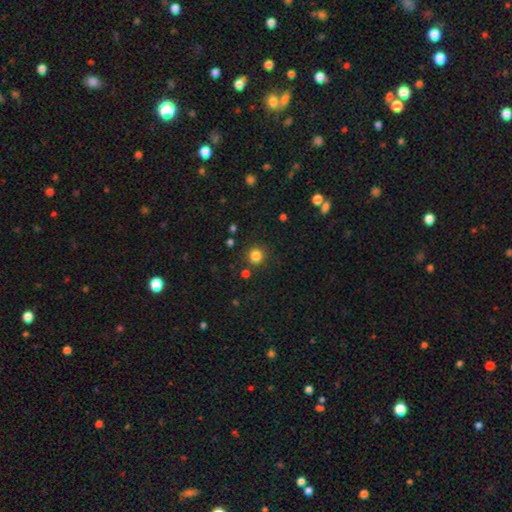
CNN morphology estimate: Q: Smooth or featured?
A: smooth (83%); runner-up: star or artifact (13%)
Q: How rounded?
A: round (92%); runner-up: in between (7%)
Q: Merging?
A: none (86%); runner-up: minor disturbance (8%)